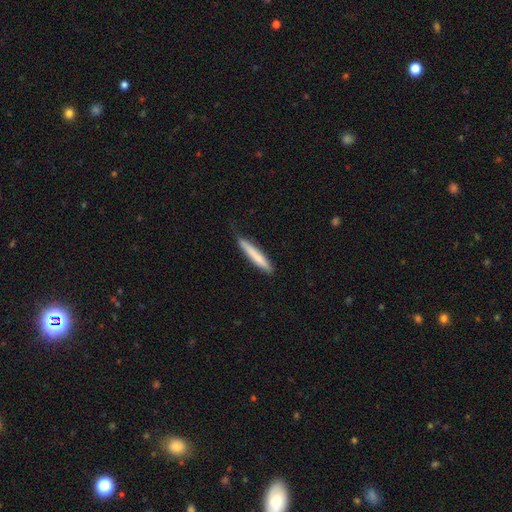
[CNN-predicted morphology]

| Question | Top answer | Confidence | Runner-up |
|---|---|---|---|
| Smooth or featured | smooth | 75% | featured or disk (20%) |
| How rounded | cigar-shaped | 94% | in between (4%) |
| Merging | none | 77% | minor disturbance (19%) |